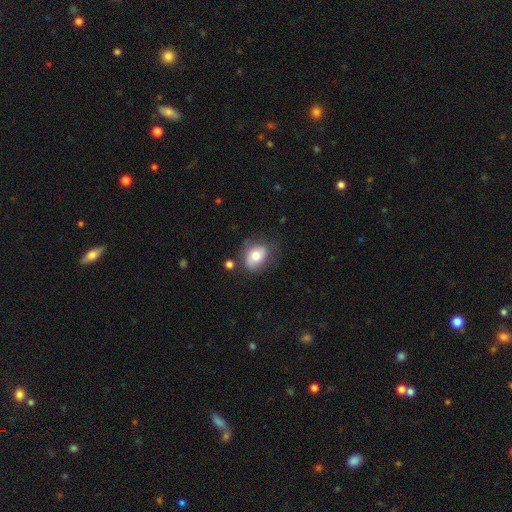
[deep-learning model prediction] The model was most divided on "how rounded": in between: 65%, round: 33%, cigar-shaped: 1%. More confident: smooth or featured — smooth (72%); merging — none (62%).